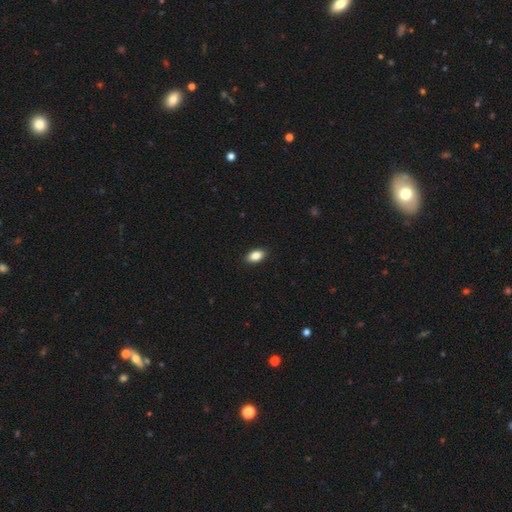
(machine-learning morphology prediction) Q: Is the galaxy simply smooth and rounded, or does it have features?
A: smooth — 86%.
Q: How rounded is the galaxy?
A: in between — 91%.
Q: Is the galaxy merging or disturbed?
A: none — 90%.